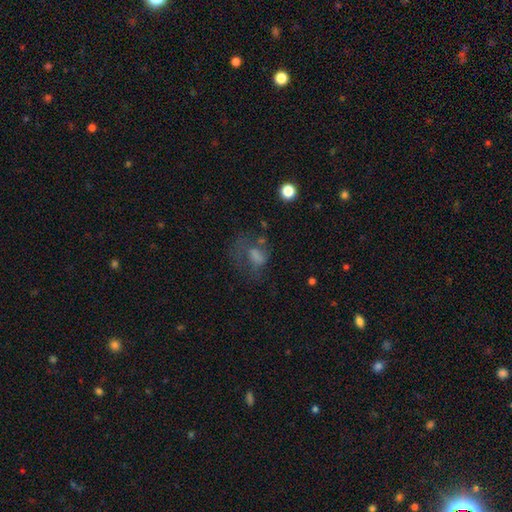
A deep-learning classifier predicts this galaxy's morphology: Smooth or featured? smooth (40%)
Merging? major disturbance (39%)